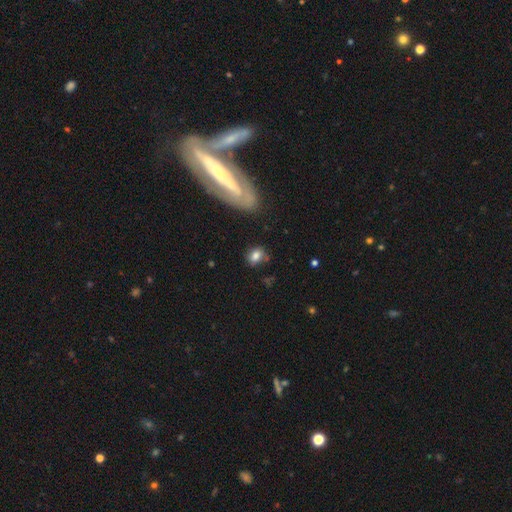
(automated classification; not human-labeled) Morphology: type=smooth (76%); roundness=in between (64%); merging=none (64%).